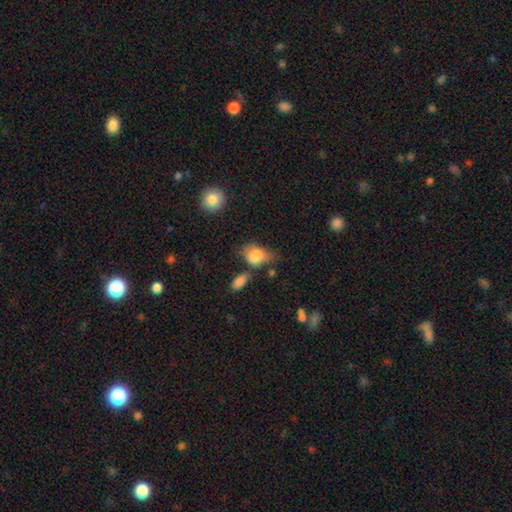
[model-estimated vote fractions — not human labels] Smooth or featured? smooth (76%)
How rounded? in between (81%)
Merging? none (35%)